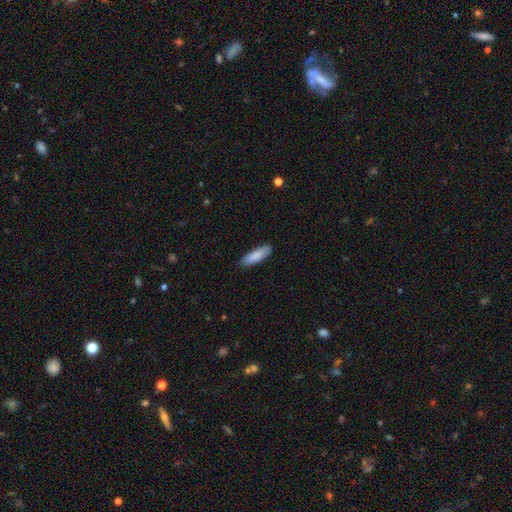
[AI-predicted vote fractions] The model was most divided on "how rounded": cigar-shaped: 51%, in between: 48%, round: 1%. More confident: smooth or featured — smooth (88%); merging — none (84%).